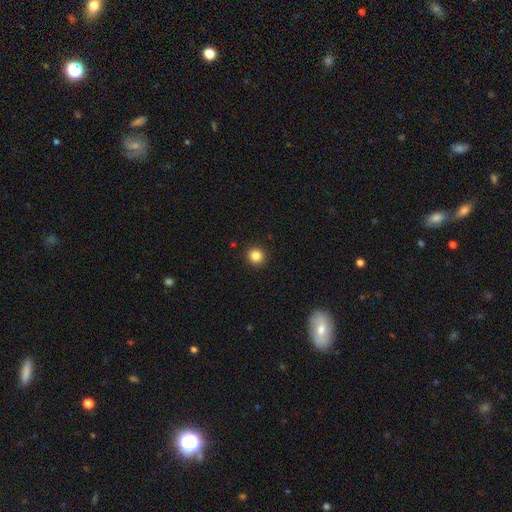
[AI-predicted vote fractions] A smooth galaxy with no disk features (85%) that is round (91%).

Vote fractions:
- Smooth or featured? smooth: 85% / star or artifact: 11% / featured or disk: 4%
- How rounded? round: 91% / in between: 8% / cigar-shaped: 1%
- Merging? none: 92% / minor disturbance: 5% / major disturbance: 2% / merger: 1%